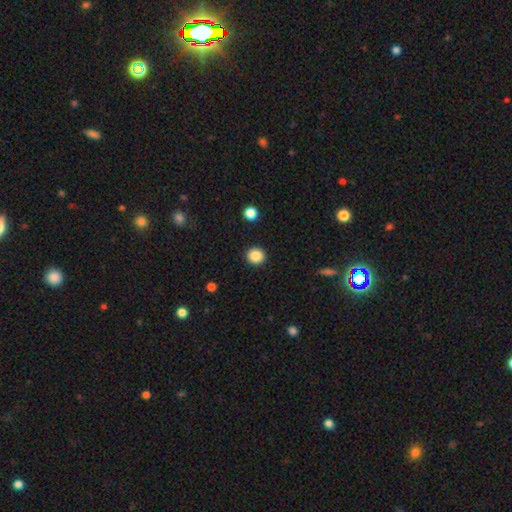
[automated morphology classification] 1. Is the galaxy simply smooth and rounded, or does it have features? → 87% smooth, 10% star or artifact, 4% featured or disk.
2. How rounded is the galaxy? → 89% round, 10% in between, 1% cigar-shaped.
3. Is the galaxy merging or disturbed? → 92% none, 5% minor disturbance, 2% major disturbance, 1% merger.